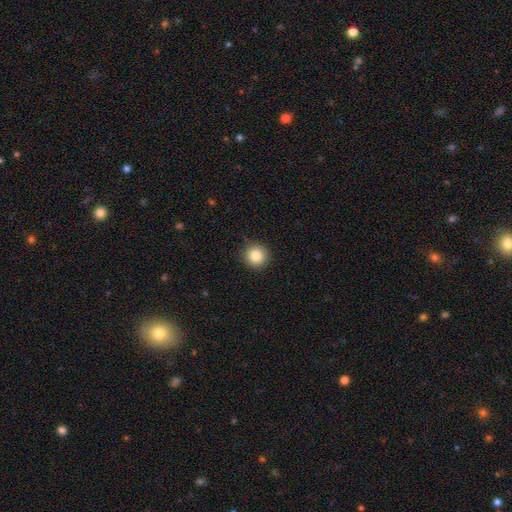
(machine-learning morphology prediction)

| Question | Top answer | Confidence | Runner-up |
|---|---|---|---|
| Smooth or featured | smooth | 84% | star or artifact (10%) |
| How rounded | round | 94% | in between (5%) |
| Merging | none | 90% | minor disturbance (7%) |